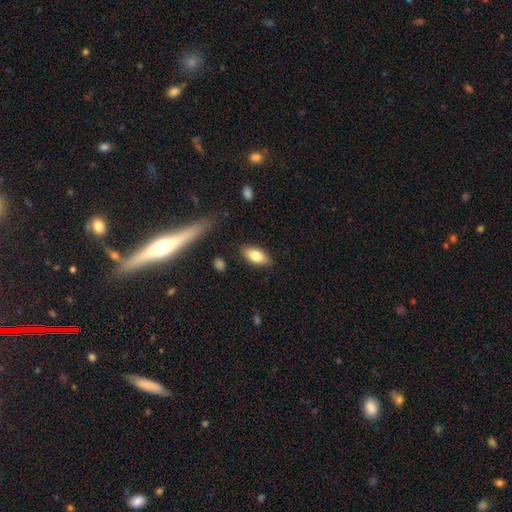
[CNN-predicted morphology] smooth 77%, featured or disk 16%, star or artifact 7%. Down the decision tree: how rounded — in between (86%); merging — none (85%).